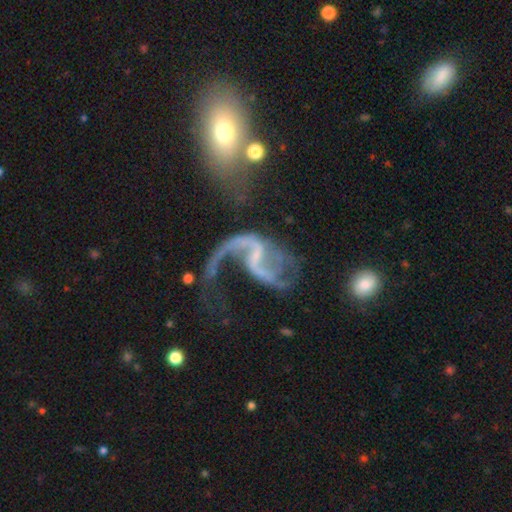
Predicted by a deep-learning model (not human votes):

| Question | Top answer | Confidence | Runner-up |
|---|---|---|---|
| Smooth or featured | featured or disk | 86% | star or artifact (8%) |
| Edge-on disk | no | 97% | yes (3%) |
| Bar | weak | 42% | no (33%) |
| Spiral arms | yes | 90% | no (10%) |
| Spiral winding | loose | 84% | medium (13%) |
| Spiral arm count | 2 | 78% | 1 (15%) |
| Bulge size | none | 46% | small (42%) |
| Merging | major disturbance | 39% | none (34%) |